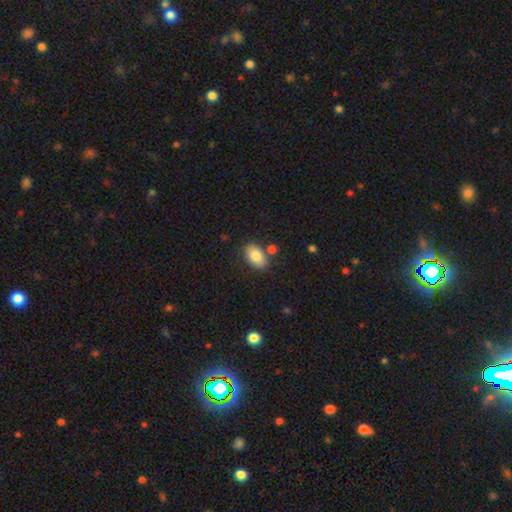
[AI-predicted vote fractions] Overall: smooth (83%). How rounded: in between (90%). Merging: none (75%).